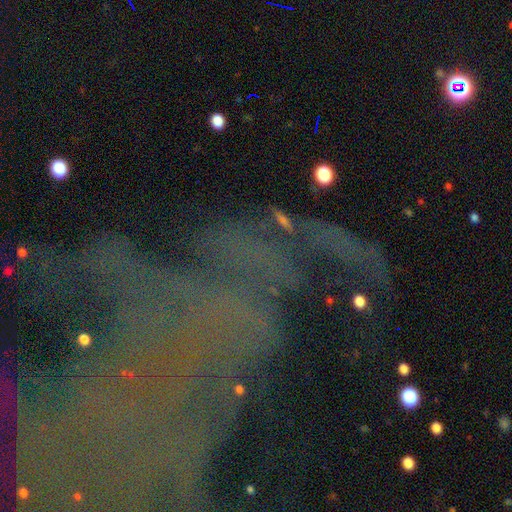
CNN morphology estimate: star or artifact 68%, featured or disk 19%, smooth 13%.